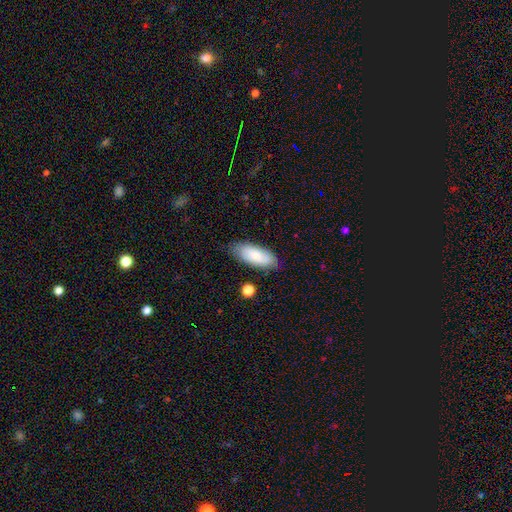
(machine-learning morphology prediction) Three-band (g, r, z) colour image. It shows a smooth galaxy with no disk features (81%) that is in between round and cigar-shaped (81%). Merging: none (77%).